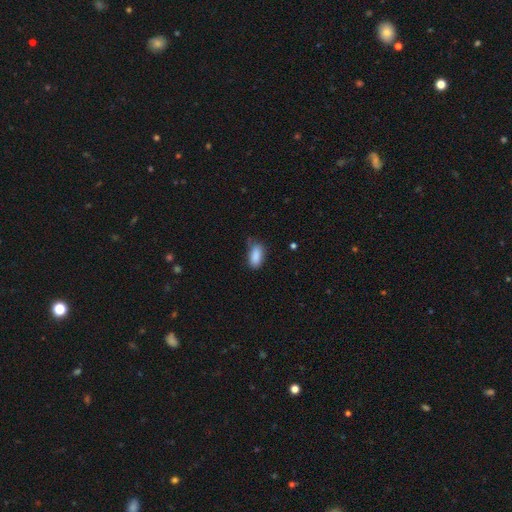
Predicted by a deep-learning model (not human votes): Smooth or featured?
  - smooth: 87% *
  - star or artifact: 8%
  - featured or disk: 5%
How rounded?
  - in between: 92% *
  - cigar-shaped: 5%
  - round: 4%
Merging?
  - none: 59% *
  - minor disturbance: 31%
  - major disturbance: 8%
  - merger: 2%